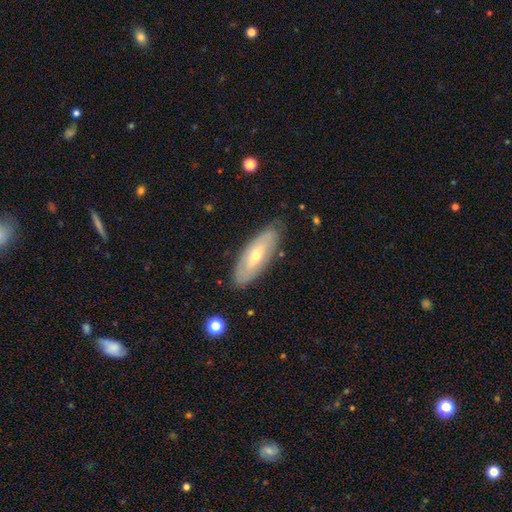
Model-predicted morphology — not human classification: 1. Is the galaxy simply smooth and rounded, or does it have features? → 48% featured or disk, 46% smooth, 6% star or artifact.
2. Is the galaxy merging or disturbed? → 82% none, 14% minor disturbance, 3% major disturbance, 1% merger.